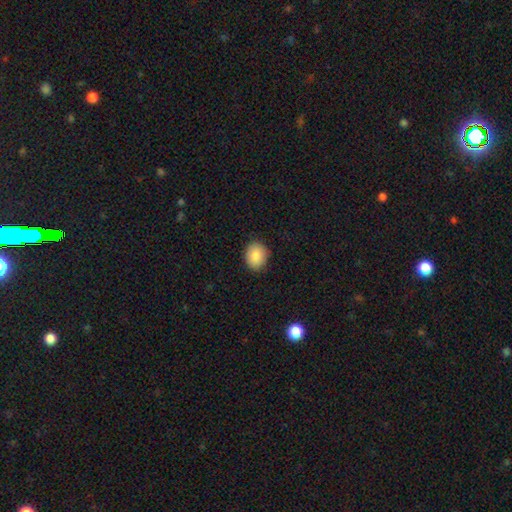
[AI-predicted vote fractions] Smooth or featured? smooth (87%)
How rounded? round (56%)
Merging? none (87%)